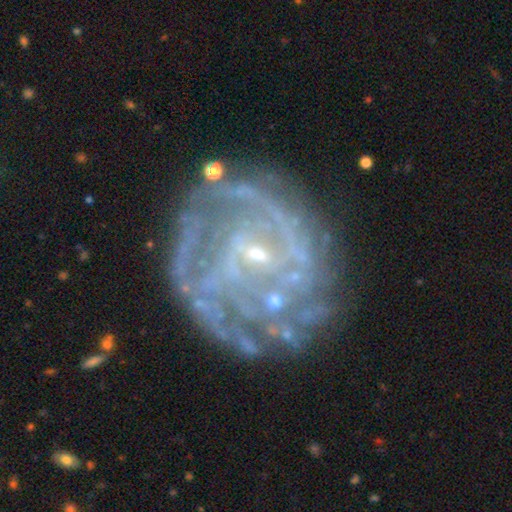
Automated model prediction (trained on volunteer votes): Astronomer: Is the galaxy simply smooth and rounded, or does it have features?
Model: featured or disk — 83%.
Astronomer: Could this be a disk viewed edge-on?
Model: no — 97%.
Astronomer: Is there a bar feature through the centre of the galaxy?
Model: no — 43% (runner-up: weak, 42%).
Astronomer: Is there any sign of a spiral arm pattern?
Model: yes — 85%.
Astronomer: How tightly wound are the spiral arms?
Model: tight — 61%.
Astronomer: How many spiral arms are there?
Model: can't tell — 41% (runner-up: 2, 17%).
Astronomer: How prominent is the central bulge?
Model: small — 81%.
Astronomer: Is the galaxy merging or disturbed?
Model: none — 68%.